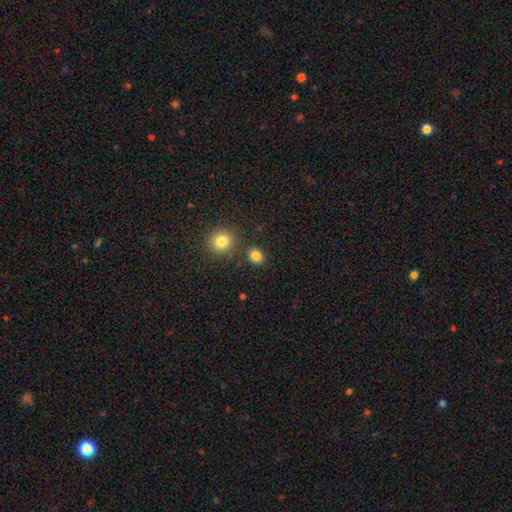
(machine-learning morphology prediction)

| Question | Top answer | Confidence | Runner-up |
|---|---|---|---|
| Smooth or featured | smooth | 83% | star or artifact (12%) |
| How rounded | round | 62% | in between (37%) |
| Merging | none | 81% | minor disturbance (9%) |